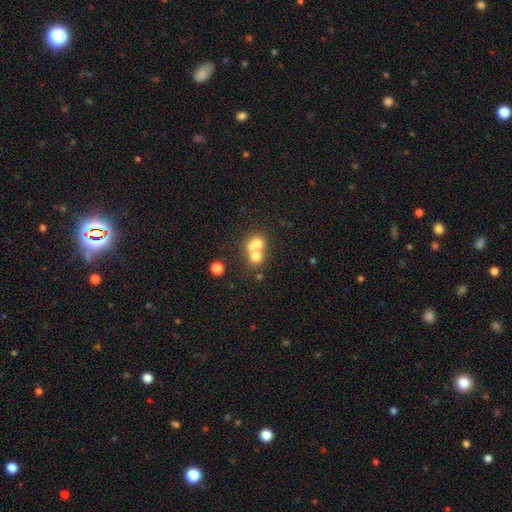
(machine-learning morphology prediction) A smooth galaxy with no disk features (65%) that is round (74%). Merging: merger (65%).